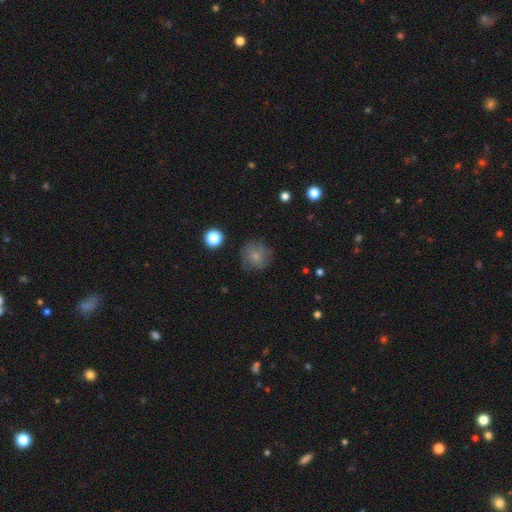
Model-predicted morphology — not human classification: smooth-or-featured: smooth: 72% | featured or disk: 17% | star or artifact: 11%
  how-rounded: round: 90% | in between: 9% | cigar-shaped: 1%
  merging: none: 70% | minor disturbance: 21% | major disturbance: 8% | merger: 2%